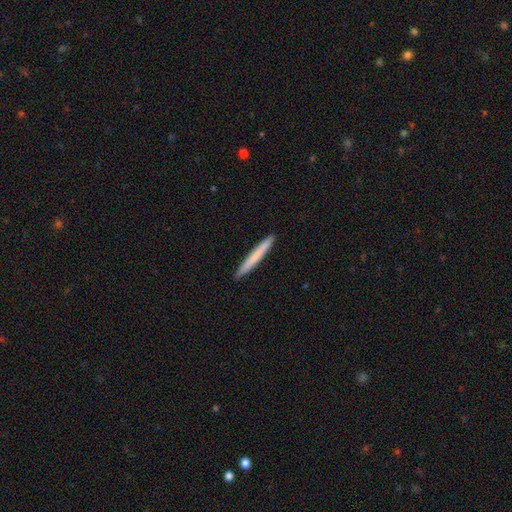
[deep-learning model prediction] Smooth or featured? Predicted: smooth (p=0.70). How rounded? Predicted: cigar-shaped (p=0.97). Merging? Predicted: none (p=0.93).